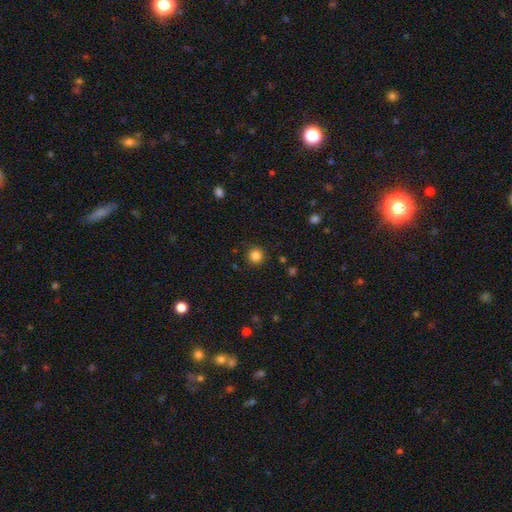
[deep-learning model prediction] A smooth galaxy with no disk features (84%) that is round (94%). Merging: none (90%).